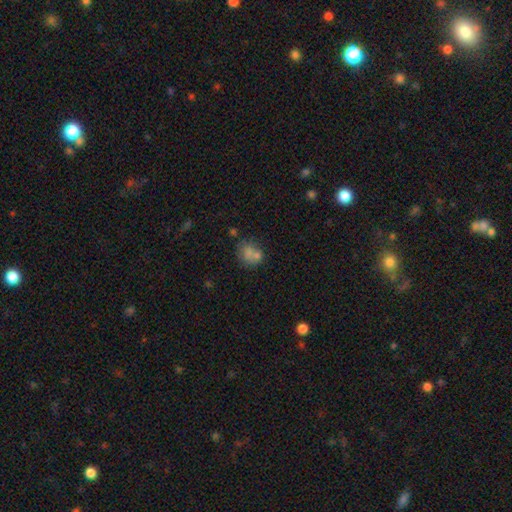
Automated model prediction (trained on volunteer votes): Morphology: type=smooth (69%); roundness=round (67%); merging=none (44%).